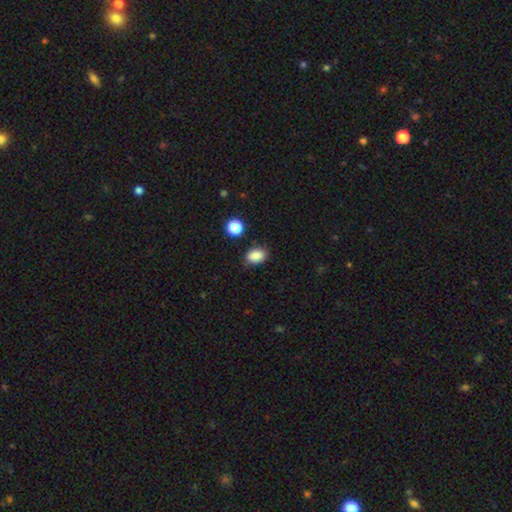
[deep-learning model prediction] Smooth or featured: smooth — 87% (star or artifact — 9%)
How rounded: in between — 79% (round — 19%)
Merging: none — 79% (minor disturbance — 14%)